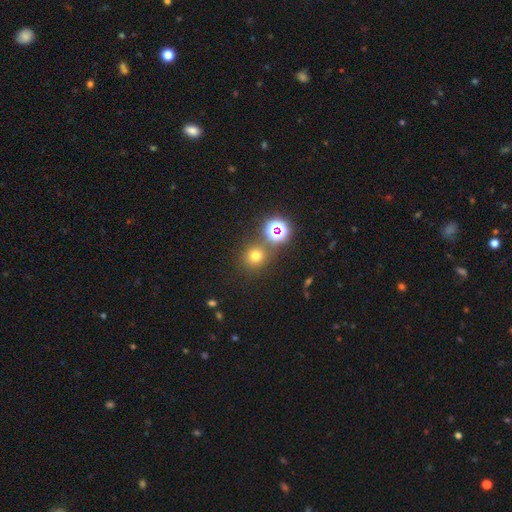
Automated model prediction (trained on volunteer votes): smooth-or-featured: smooth: 65% | star or artifact: 27% | featured or disk: 8%
  how-rounded: round: 91% | in between: 8% | cigar-shaped: 1%
  merging: none: 78% | merger: 11% | minor disturbance: 8% | major disturbance: 3%